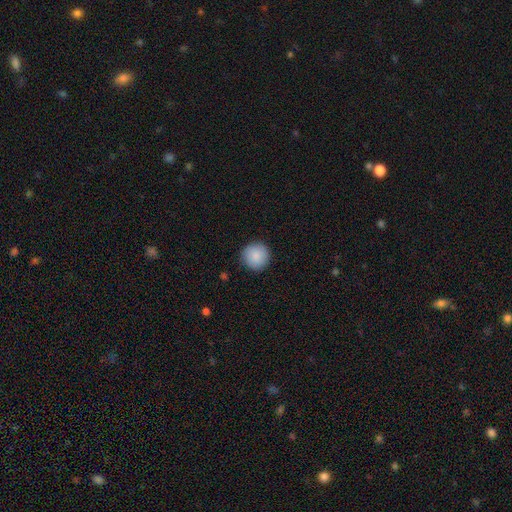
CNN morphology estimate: Q: Smooth or featured?
A: smooth (88%); runner-up: star or artifact (7%)
Q: How rounded?
A: round (95%); runner-up: in between (4%)
Q: Merging?
A: none (91%); runner-up: minor disturbance (7%)